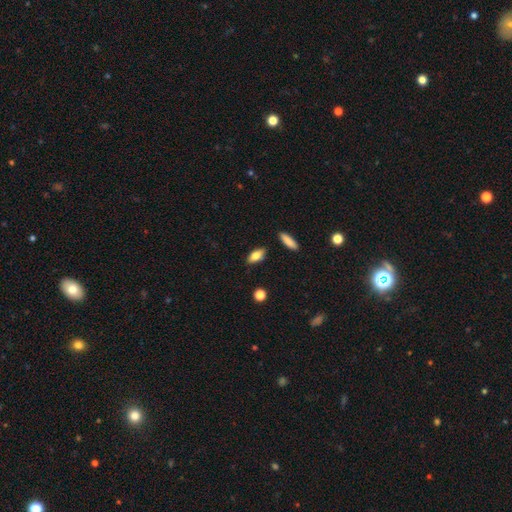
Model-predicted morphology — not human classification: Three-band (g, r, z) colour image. It shows a smooth galaxy with no disk features (77%) that is in between round and cigar-shaped (80%). Merging: none (85%).